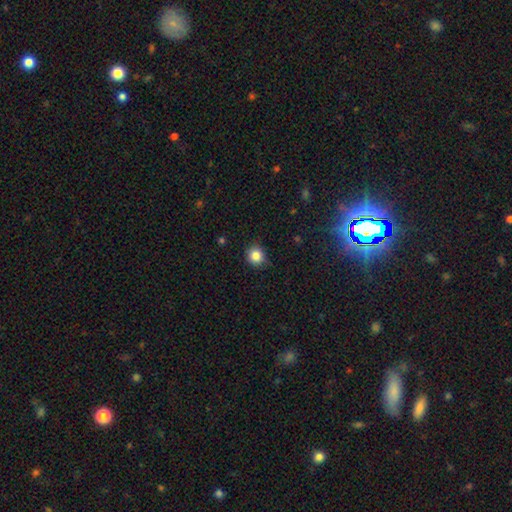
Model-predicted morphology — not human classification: smooth-or-featured: smooth: 84% | star or artifact: 11% | featured or disk: 5%
  how-rounded: round: 92% | in between: 7% | cigar-shaped: 1%
  merging: none: 87% | minor disturbance: 10% | major disturbance: 2% | merger: 1%